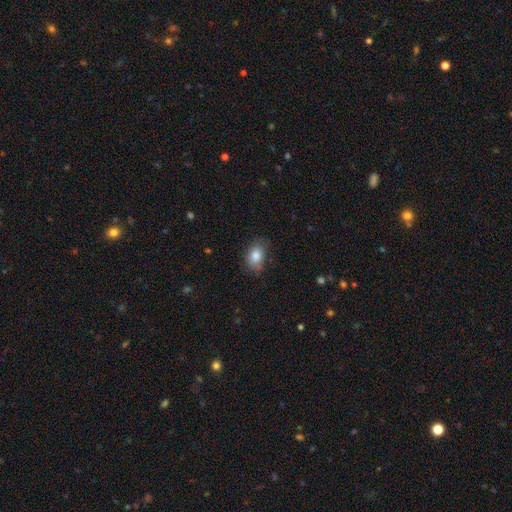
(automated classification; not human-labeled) The model was most divided on "merging": none: 67%, minor disturbance: 25%, major disturbance: 7%, merger: 2%. More confident: smooth or featured — smooth (82%); how rounded — in between (81%).